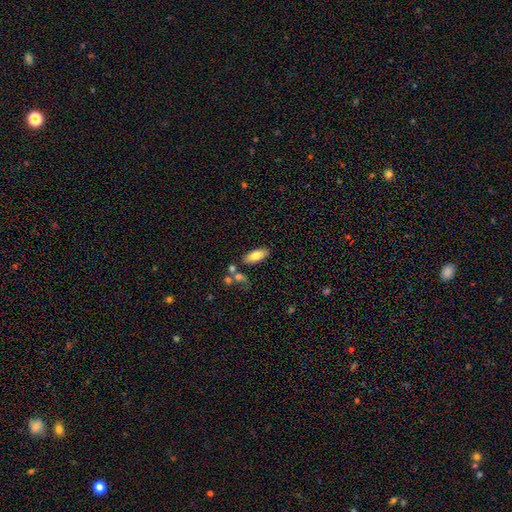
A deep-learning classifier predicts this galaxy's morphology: type=smooth (77%); roundness=in between (84%); merging=none (77%).